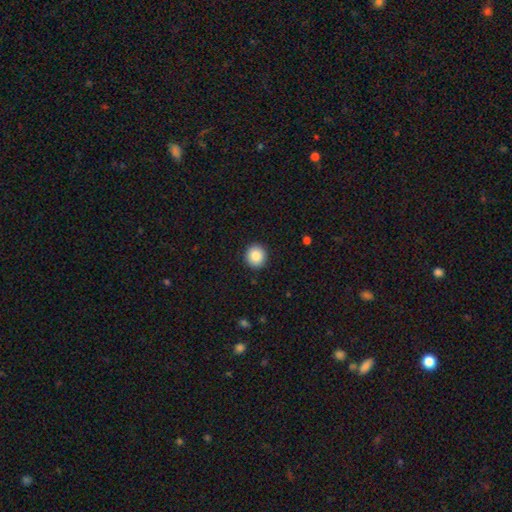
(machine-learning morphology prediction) This appears to be a smooth galaxy with no disk features (87%) that is round (89%). Merging: none (92%).